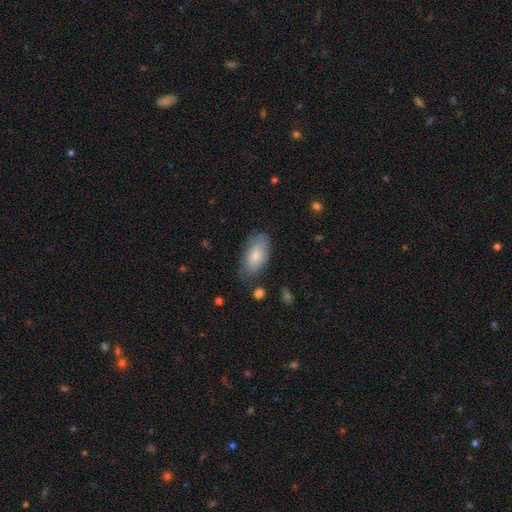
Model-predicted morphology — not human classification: A smooth galaxy with no disk features (81%) that is in between round and cigar-shaped (93%). Merging: none (72%).